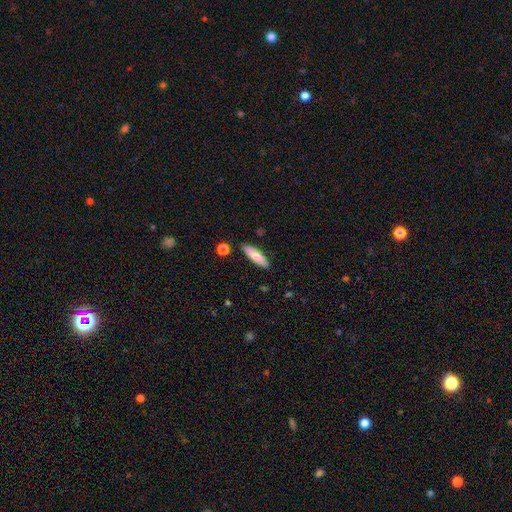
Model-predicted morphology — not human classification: type=smooth (80%); roundness=cigar-shaped (63%); merging=none (88%).